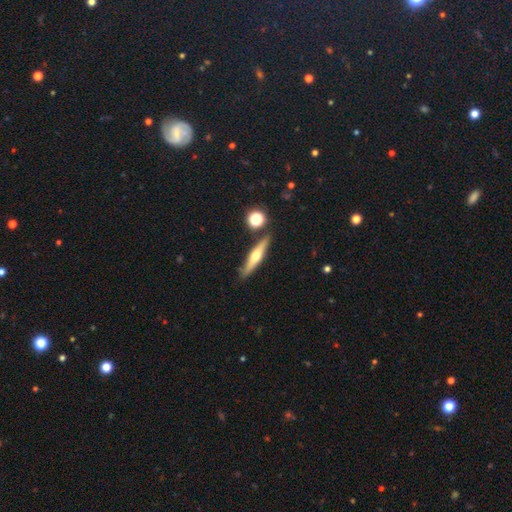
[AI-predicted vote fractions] Smooth or featured? Predicted: featured or disk (p=0.55). Edge-on disk? Predicted: yes (p=0.93). Edge-on bulge? Predicted: rounded (p=0.92). Merging? Predicted: none (p=0.84).